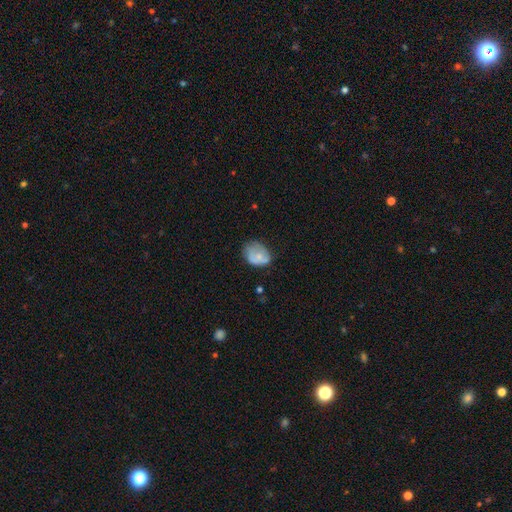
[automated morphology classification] Overall: smooth (62%; featured or disk 30%). How rounded: in between (68%; round 31%). Merging: none (46%; minor disturbance 35%).